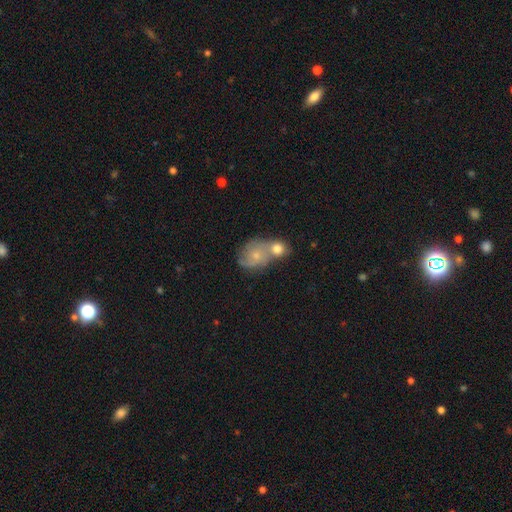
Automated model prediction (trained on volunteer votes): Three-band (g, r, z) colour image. It shows a smooth galaxy with no disk features (48%). Merging: merger (56%).